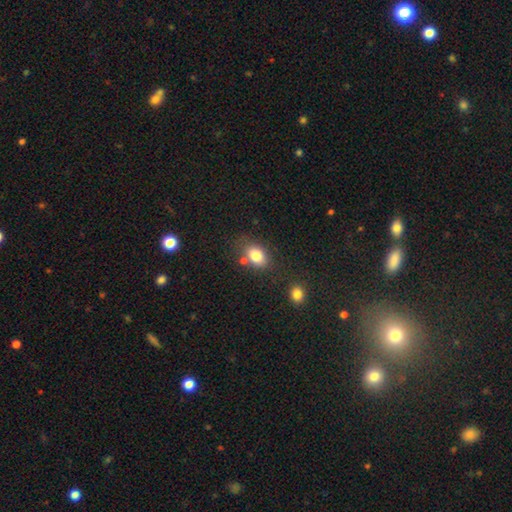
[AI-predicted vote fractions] A smooth galaxy with no disk features (82%) that is in between round and cigar-shaped (74%).

Vote fractions:
- Smooth or featured? smooth: 82% / star or artifact: 9% / featured or disk: 9%
- How rounded? in between: 74% / round: 24% / cigar-shaped: 1%
- Merging? none: 65% / minor disturbance: 16% / merger: 14% / major disturbance: 5%